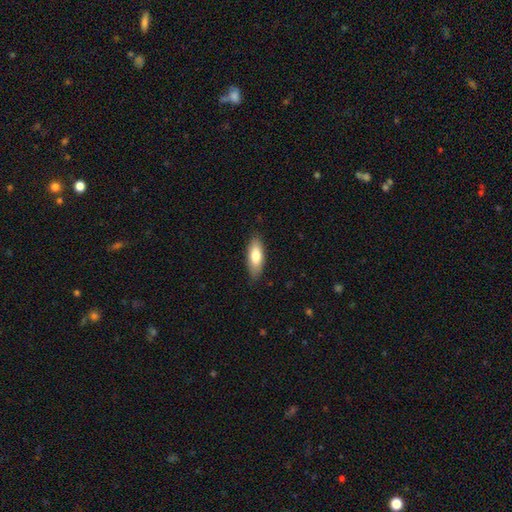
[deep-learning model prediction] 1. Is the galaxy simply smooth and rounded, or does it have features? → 77% smooth, 17% featured or disk, 6% star or artifact.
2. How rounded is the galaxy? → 71% in between, 27% cigar-shaped, 2% round.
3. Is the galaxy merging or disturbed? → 84% none, 13% minor disturbance, 2% major disturbance, 1% merger.